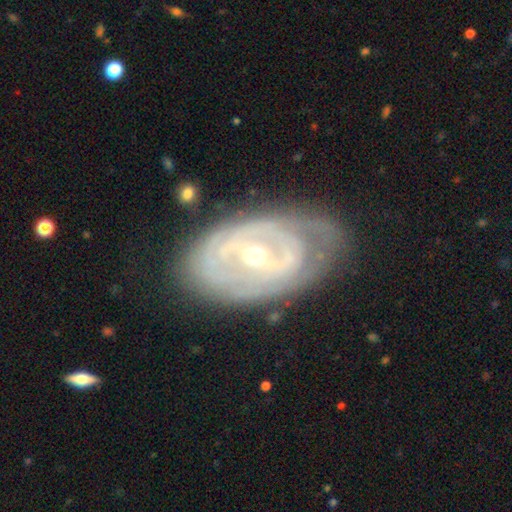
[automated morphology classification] Smooth or featured: featured or disk — 83% (smooth — 12%)
Edge-on disk: no — 94% (yes — 6%)
Bar: weak — 40% (no — 32%)
Spiral arms: yes — 80% (no — 20%)
Spiral winding: tight — 72% (medium — 21%)
Spiral arm count: can't tell — 43% (2 — 31%)
Bulge size: moderate — 48% (tied with small — 48%)
Merging: none — 70% (minor disturbance — 20%)